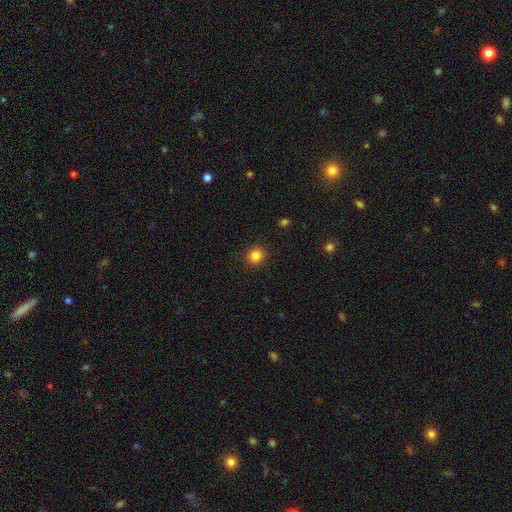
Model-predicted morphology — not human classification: Smooth or featured?
  - smooth: 83% *
  - star or artifact: 12%
  - featured or disk: 5%
How rounded?
  - round: 84% *
  - in between: 15%
  - cigar-shaped: 1%
Merging?
  - none: 90% *
  - minor disturbance: 7%
  - major disturbance: 2%
  - merger: 1%